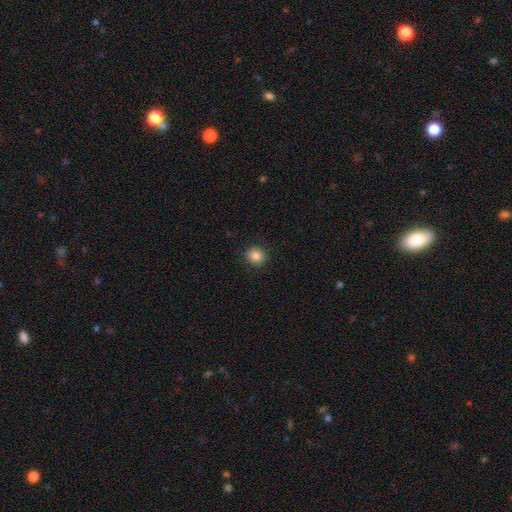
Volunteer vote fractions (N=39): Smooth or featured? smooth (97%)
How rounded? round (82%)
Merging? none (92%)